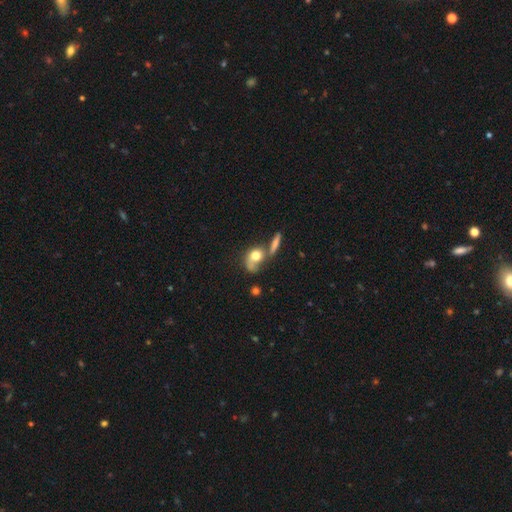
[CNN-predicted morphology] Smooth or featured: smooth — 62% (featured or disk — 28%)
How rounded: in between — 52% (round — 42%)
Merging: merger — 39% (none — 28%)